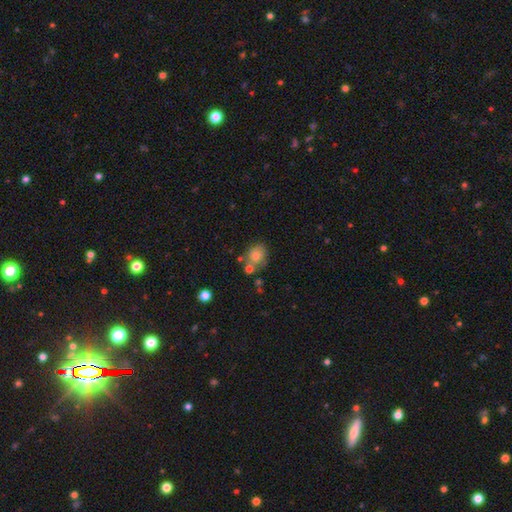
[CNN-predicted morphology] Smooth or featured? smooth (74%)
How rounded? round (60%)
Merging? none (54%)